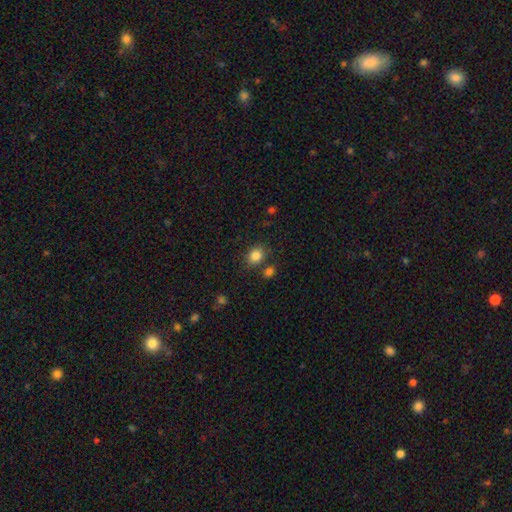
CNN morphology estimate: Smooth or featured?
  - smooth: 84% *
  - star or artifact: 10%
  - featured or disk: 5%
How rounded?
  - round: 52% *
  - in between: 47%
  - cigar-shaped: 1%
Merging?
  - none: 73% *
  - minor disturbance: 13%
  - merger: 10%
  - major disturbance: 4%